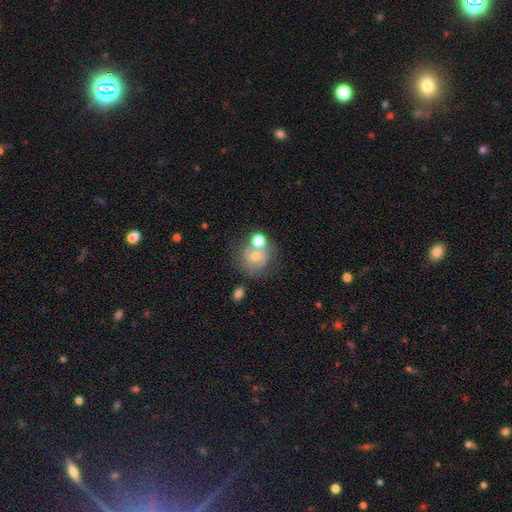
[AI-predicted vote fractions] featured or disk 47%, smooth 40%, star or artifact 13%. Down the decision tree: merging — none (48%).